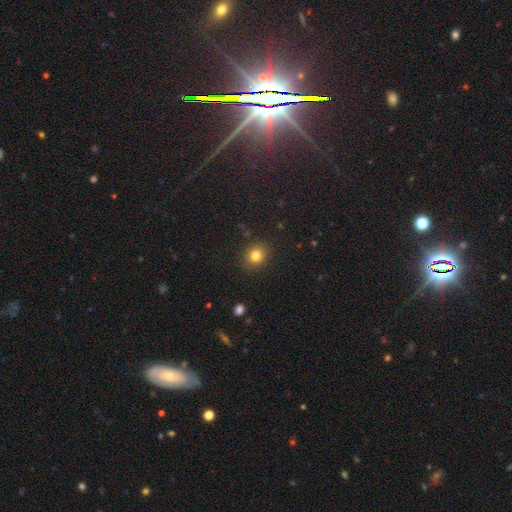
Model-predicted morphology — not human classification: This appears to be a smooth galaxy with no disk features (80%) that is round (85%). Merging: none (89%).